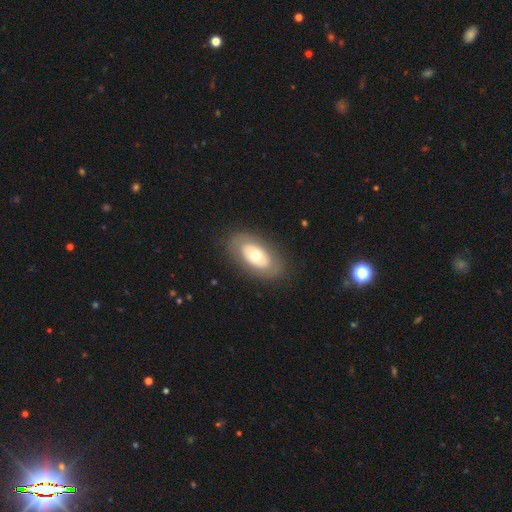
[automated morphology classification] A featured or disk galaxy (47%, tied with smooth). Merging: none (83%).